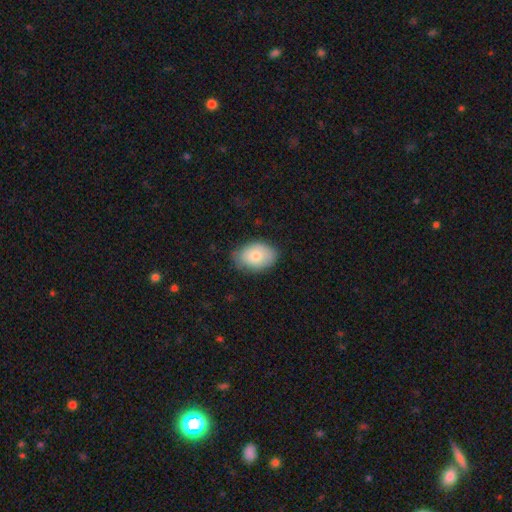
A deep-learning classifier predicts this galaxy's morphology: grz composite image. It shows a smooth galaxy with no disk features (78%) that is in between round and cigar-shaped (82%). Merging: none (72%).